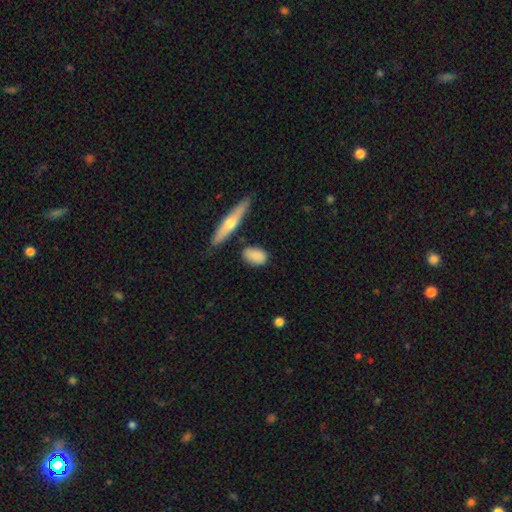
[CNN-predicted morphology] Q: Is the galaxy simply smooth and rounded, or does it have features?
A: smooth — 83%.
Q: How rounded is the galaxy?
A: in between — 84%.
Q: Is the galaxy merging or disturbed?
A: none — 75%.